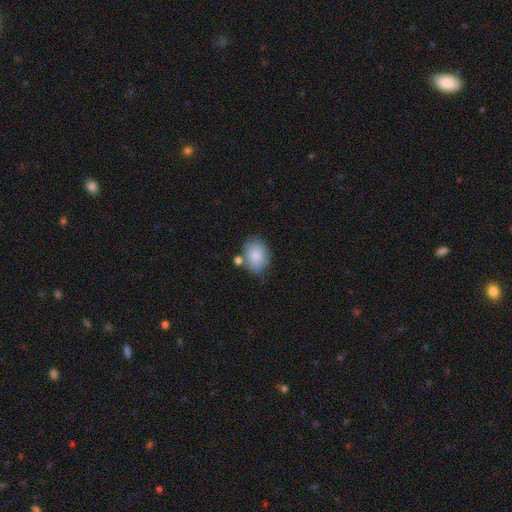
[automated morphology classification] Smooth or featured? Predicted: smooth (p=0.81). How rounded? Predicted: in between (p=0.65). Merging? Predicted: none (p=0.59).